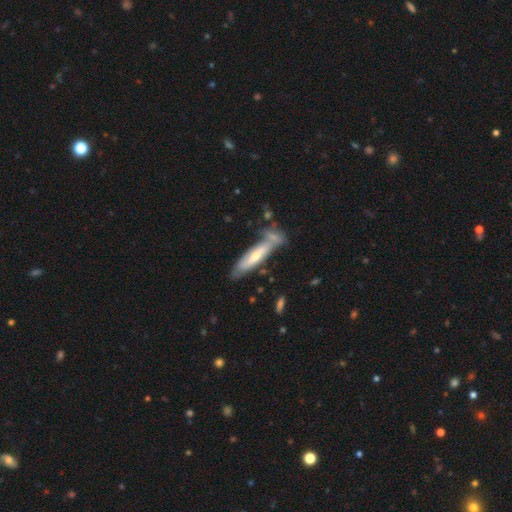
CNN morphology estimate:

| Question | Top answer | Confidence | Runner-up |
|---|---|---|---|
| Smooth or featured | featured or disk | 49% | smooth (45%) |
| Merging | none | 55% | merger (21%) |